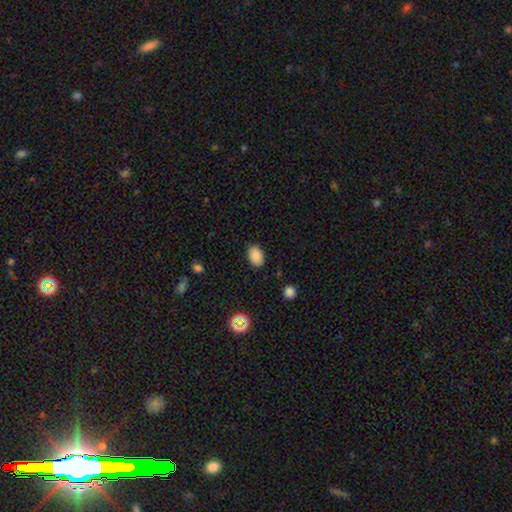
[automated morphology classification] Smooth or featured?
  - smooth: 87% *
  - star or artifact: 10%
  - featured or disk: 4%
How rounded?
  - in between: 86% *
  - round: 13%
  - cigar-shaped: 1%
Merging?
  - none: 86% *
  - minor disturbance: 10%
  - major disturbance: 3%
  - merger: 1%